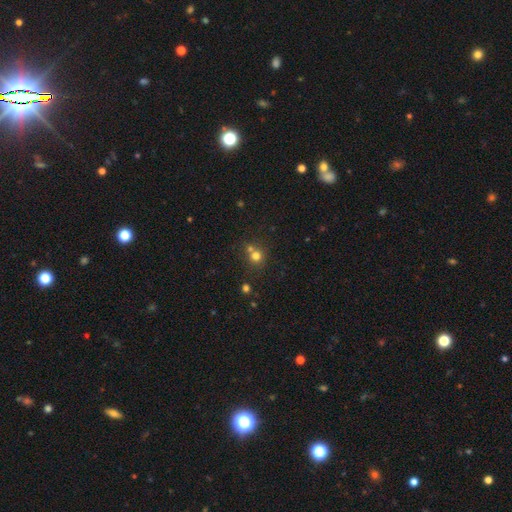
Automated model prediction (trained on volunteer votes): smooth 72%, star or artifact 18%, featured or disk 10%. Down the decision tree: how rounded — round (87%); merging — none (54%).